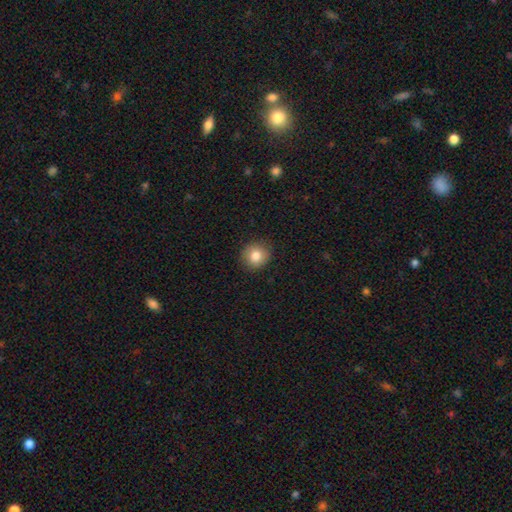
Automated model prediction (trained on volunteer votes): Overall: smooth (84%). How rounded: round (81%). Merging: none (89%).